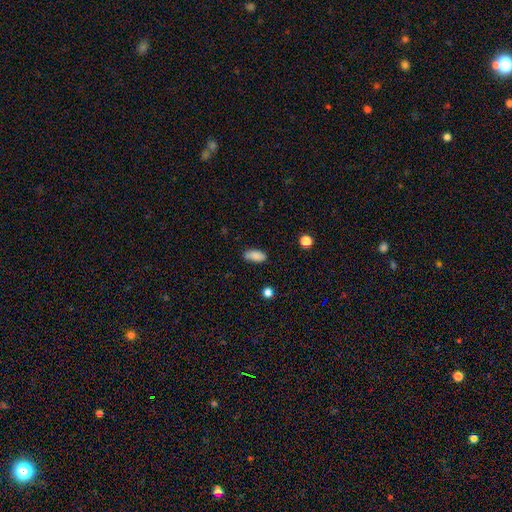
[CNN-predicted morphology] Q: Smooth or featured?
A: smooth (87%); runner-up: star or artifact (8%)
Q: How rounded?
A: in between (89%); runner-up: cigar-shaped (8%)
Q: Merging?
A: none (81%); runner-up: minor disturbance (15%)